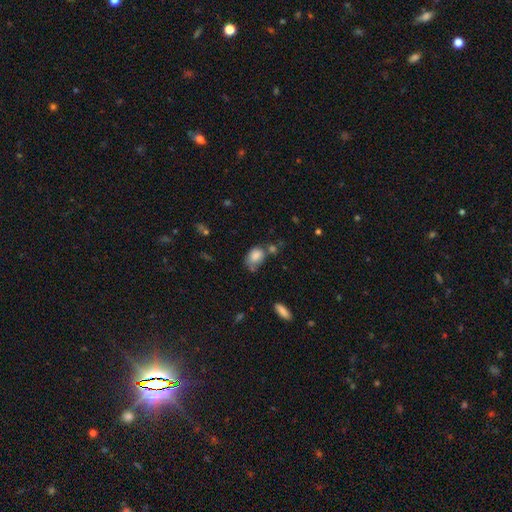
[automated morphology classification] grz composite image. It shows a smooth galaxy with no disk features (81%) that is in between round and cigar-shaped (80%). Merging: none (40%).